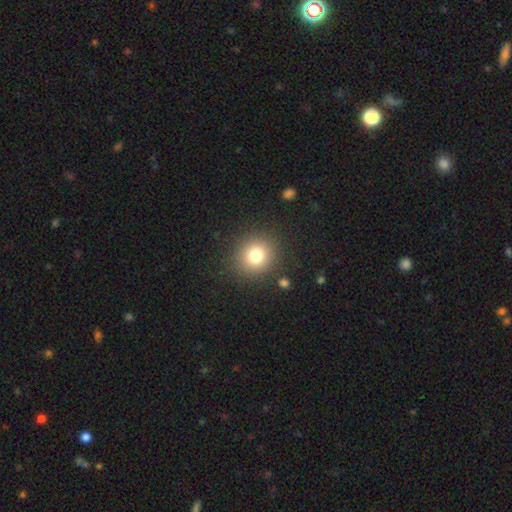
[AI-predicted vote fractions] Smooth or featured? Predicted: smooth (p=0.78). How rounded? Predicted: round (p=0.86). Merging? Predicted: none (p=0.87).